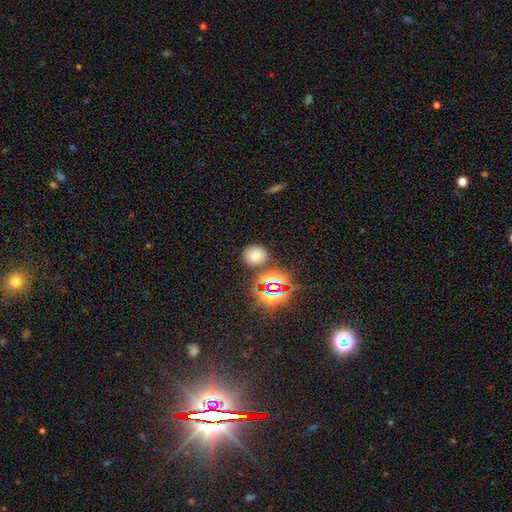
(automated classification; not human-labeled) Overall: smooth (67%). How rounded: round (68%; in between 31%). Merging: none (81%).